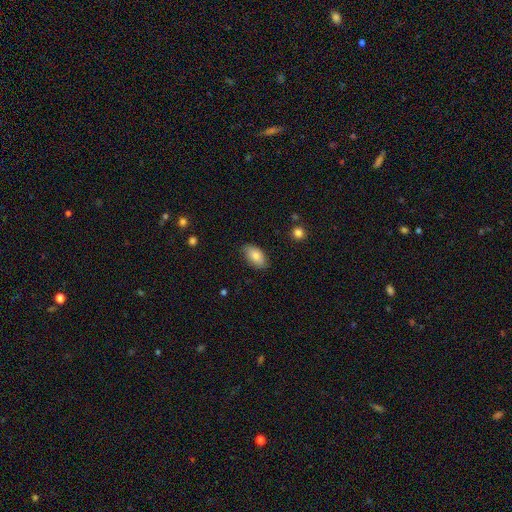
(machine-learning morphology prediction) Q: Smooth or featured?
A: smooth (83%); runner-up: featured or disk (11%)
Q: How rounded?
A: in between (93%); runner-up: round (5%)
Q: Merging?
A: none (81%); runner-up: minor disturbance (15%)